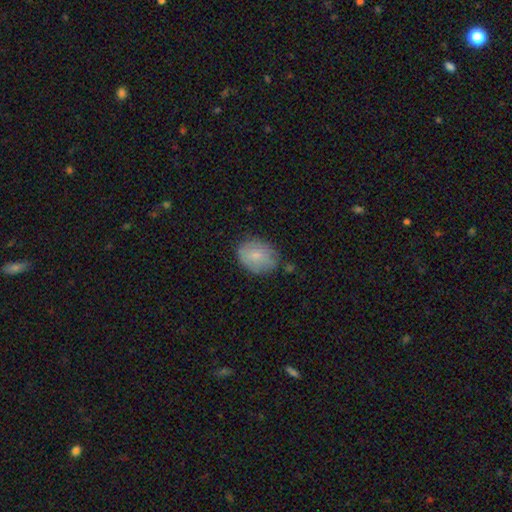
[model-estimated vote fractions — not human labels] This appears to be a smooth galaxy with no disk features (74%) that is in between round and cigar-shaped (63%). Merging: none (70%).